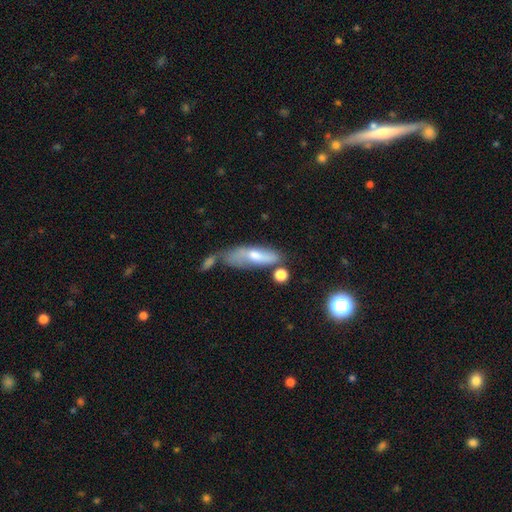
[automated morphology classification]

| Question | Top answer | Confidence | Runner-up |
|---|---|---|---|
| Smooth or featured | smooth | 53% | featured or disk (38%) |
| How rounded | in between | 49% | cigar-shaped (48%) |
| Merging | none | 38% | merger (24%) |